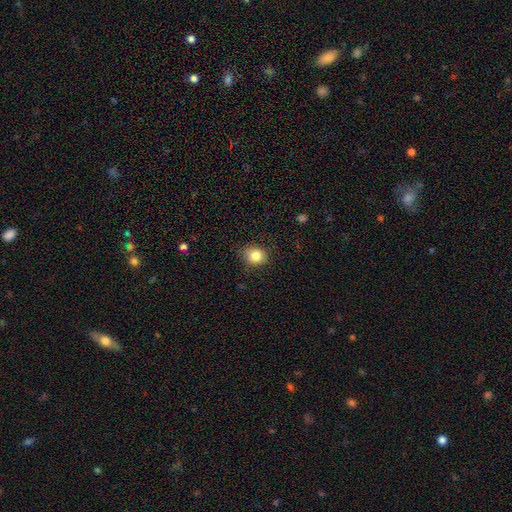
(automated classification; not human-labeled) Smooth or featured?
  - smooth: 84% *
  - star or artifact: 10%
  - featured or disk: 6%
How rounded?
  - round: 69% *
  - in between: 30%
  - cigar-shaped: 1%
Merging?
  - none: 84% *
  - minor disturbance: 12%
  - major disturbance: 3%
  - merger: 1%